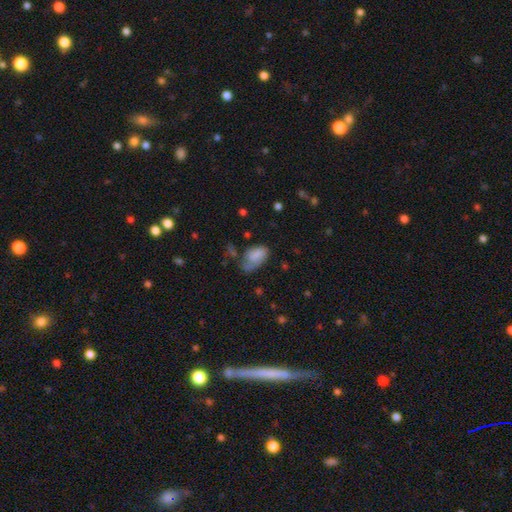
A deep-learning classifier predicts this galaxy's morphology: This is likely a smooth galaxy (75%). How rounded: clearly in between (92%). Merging: marginally none (34%, tied with minor disturbance).